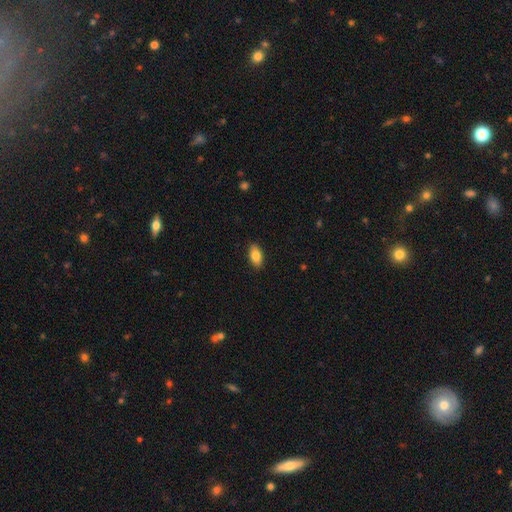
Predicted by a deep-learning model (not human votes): This is clearly a smooth galaxy (83%). How rounded: clearly in between (91%). Merging: clearly none (89%).